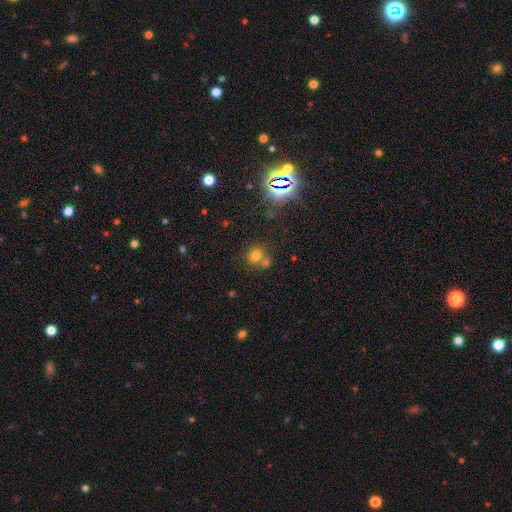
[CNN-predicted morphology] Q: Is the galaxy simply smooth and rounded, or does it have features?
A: smooth — 68%.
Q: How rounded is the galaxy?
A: round — 81%.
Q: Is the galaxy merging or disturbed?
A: none — 52%.